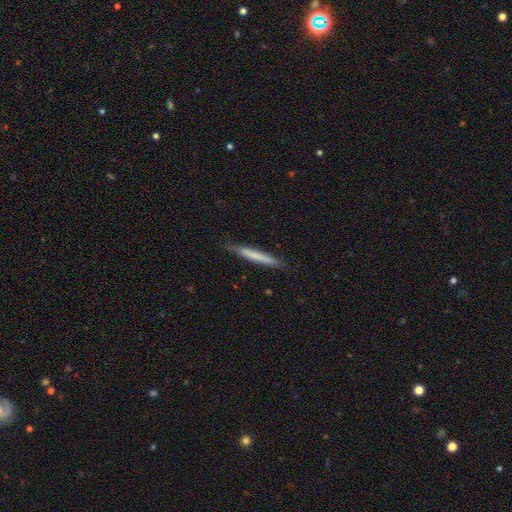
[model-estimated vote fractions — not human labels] This appears to be a smooth galaxy with no disk features (68%) that is cigar-shaped (96%). Merging: none (86%).